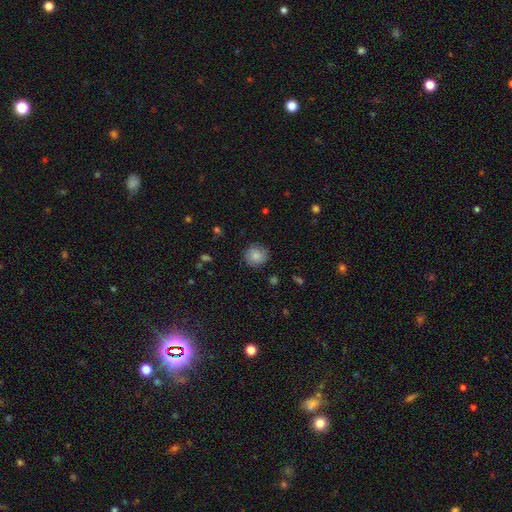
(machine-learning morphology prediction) Smooth or featured?
  - smooth: 81% *
  - featured or disk: 11%
  - star or artifact: 8%
How rounded?
  - round: 90% *
  - in between: 9%
  - cigar-shaped: 1%
Merging?
  - none: 85% *
  - minor disturbance: 11%
  - major disturbance: 3%
  - merger: 1%